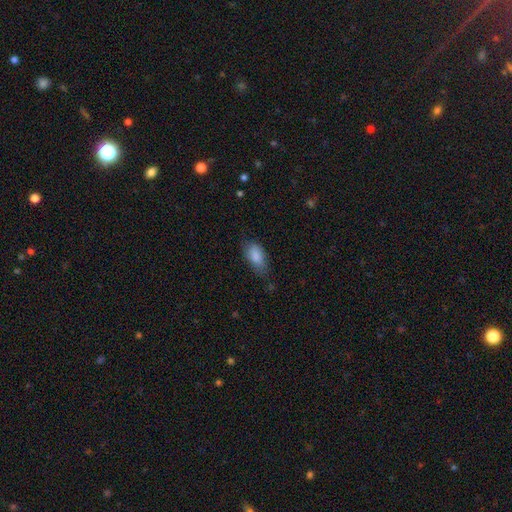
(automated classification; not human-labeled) Morphology: type=smooth (86%); roundness=in between (90%); merging=none (62%).